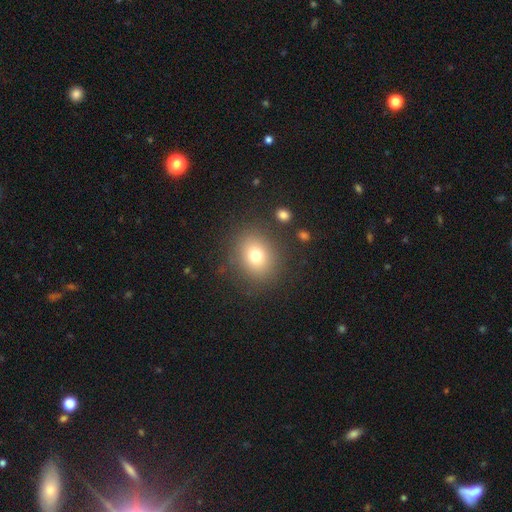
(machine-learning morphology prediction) Smooth or featured?
  - smooth: 75% *
  - star or artifact: 13%
  - featured or disk: 11%
How rounded?
  - round: 66% *
  - in between: 33%
  - cigar-shaped: 1%
Merging?
  - none: 84% *
  - minor disturbance: 9%
  - major disturbance: 5%
  - merger: 2%